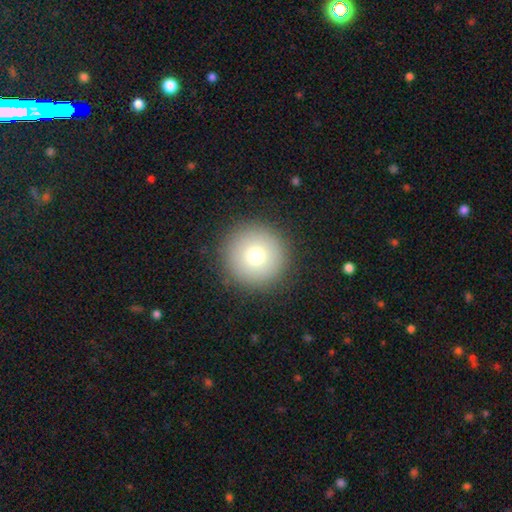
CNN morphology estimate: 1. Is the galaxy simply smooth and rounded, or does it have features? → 76% smooth, 13% featured or disk, 11% star or artifact.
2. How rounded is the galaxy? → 97% round, 2% in between, 1% cigar-shaped.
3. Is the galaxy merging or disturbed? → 92% none, 5% minor disturbance, 2% major disturbance, 1% merger.